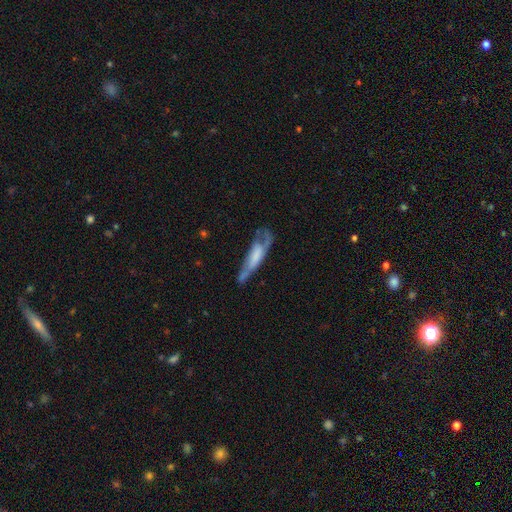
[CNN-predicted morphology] smooth_or_featured: featured or disk (p=0.51) [alt: smooth p=0.42]
disk_edge_on: no (p=0.54) [alt: yes p=0.46]
merging: none (p=0.35) [alt: major disturbance p=0.31]